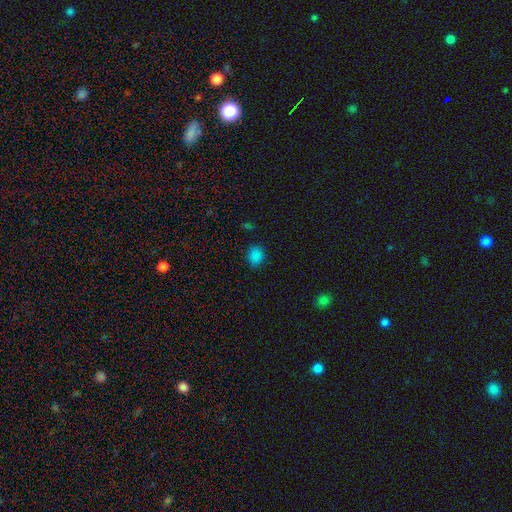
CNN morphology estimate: Smooth or featured?
  - smooth: 83% *
  - star or artifact: 14%
  - featured or disk: 3%
How rounded?
  - round: 51% *
  - in between: 48%
  - cigar-shaped: 1%
Merging?
  - none: 85% *
  - minor disturbance: 11%
  - major disturbance: 3%
  - merger: 2%